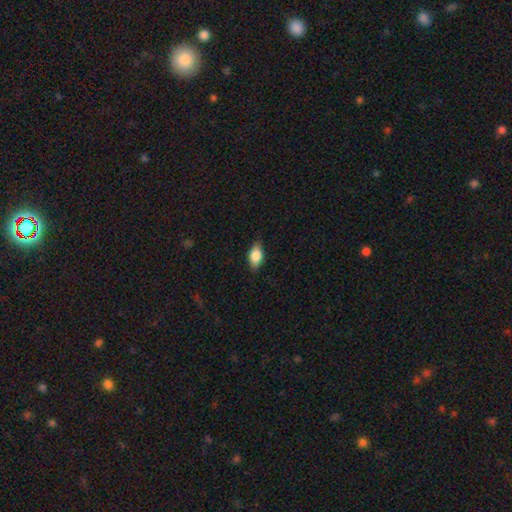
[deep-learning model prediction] This appears to be a smooth galaxy with no disk features (77%) that is in between round and cigar-shaped (87%). Merging: none (82%).